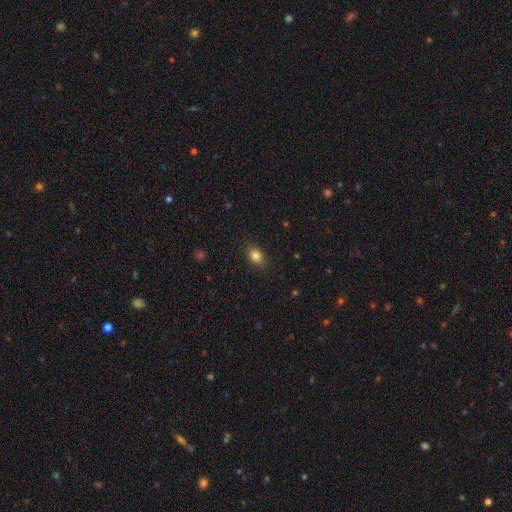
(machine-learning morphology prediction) Q: Smooth or featured?
A: smooth (83%); runner-up: star or artifact (10%)
Q: How rounded?
A: in between (74%); runner-up: round (24%)
Q: Merging?
A: none (87%); runner-up: minor disturbance (10%)